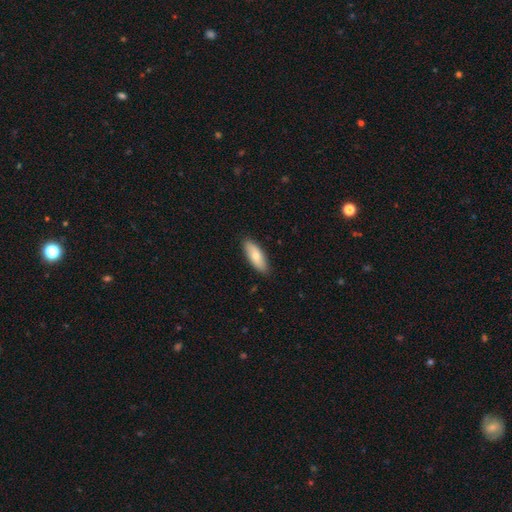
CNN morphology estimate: Smooth or featured? Predicted: smooth (p=0.73). How rounded? Predicted: in between (p=0.73). Merging? Predicted: none (p=0.87).